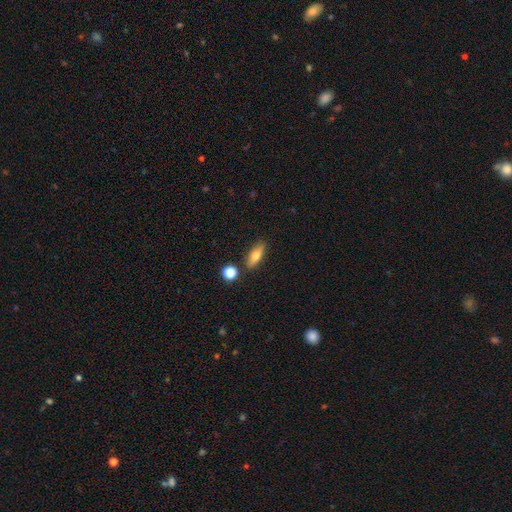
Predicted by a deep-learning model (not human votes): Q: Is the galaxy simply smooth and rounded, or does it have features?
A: smooth — 70%.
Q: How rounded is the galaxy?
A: in between — 60%.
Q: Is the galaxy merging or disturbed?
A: none — 82%.